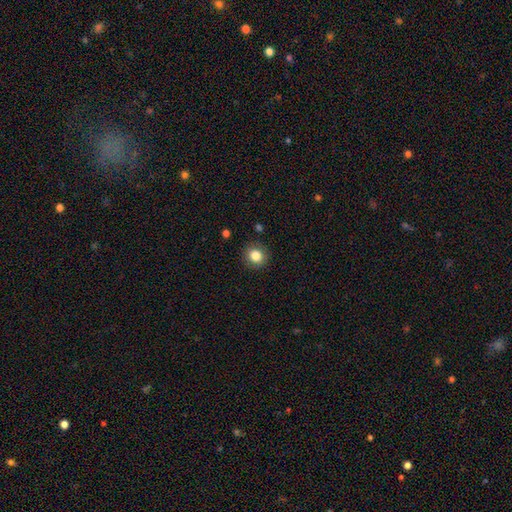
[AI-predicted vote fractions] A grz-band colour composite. It shows a smooth galaxy with no disk features (83%) that is round (87%). Merging: none (89%).